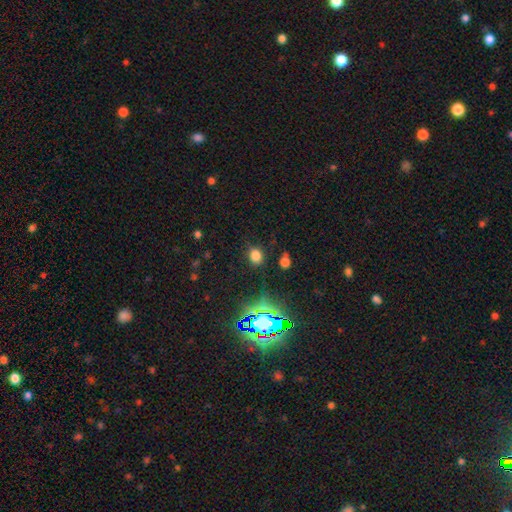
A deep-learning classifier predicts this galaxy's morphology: smooth-or-featured: smooth: 72% | star or artifact: 22% | featured or disk: 6%
  how-rounded: round: 56% | in between: 43% | cigar-shaped: 1%
  merging: none: 83% | minor disturbance: 11% | major disturbance: 4% | merger: 3%